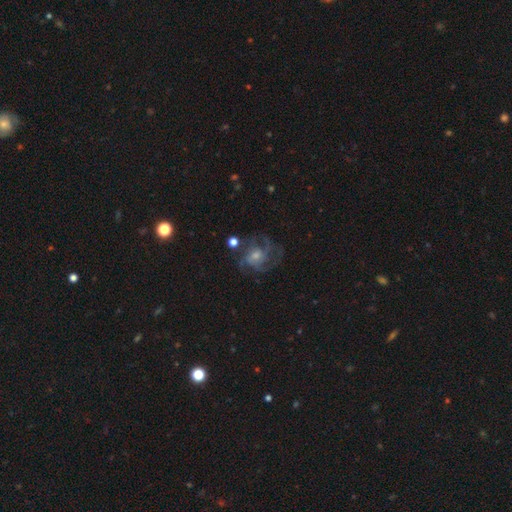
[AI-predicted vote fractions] This appears to be a featured or disk galaxy (75%) with no bar (68%), 3 (32%) medium (47%) spiral arms (92%) and a small central bulge (45%). Merging: none (68%).